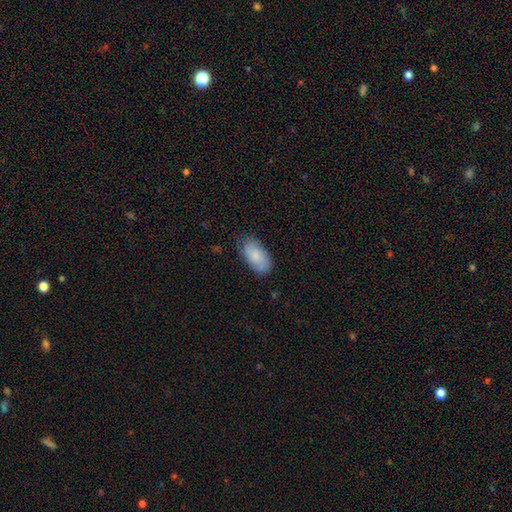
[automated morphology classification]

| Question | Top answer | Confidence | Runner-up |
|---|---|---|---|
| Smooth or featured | smooth | 78% | featured or disk (16%) |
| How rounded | in between | 94% | cigar-shaped (3%) |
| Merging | none | 74% | minor disturbance (21%) |